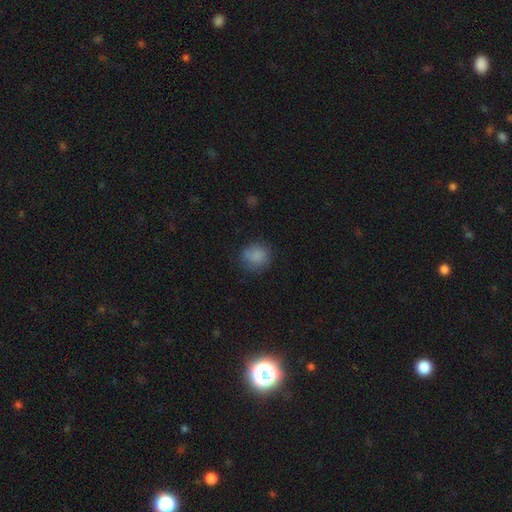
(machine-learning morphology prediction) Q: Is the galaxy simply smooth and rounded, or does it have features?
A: smooth — 83%.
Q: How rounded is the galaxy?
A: round — 83%.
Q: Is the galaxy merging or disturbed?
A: none — 76%.